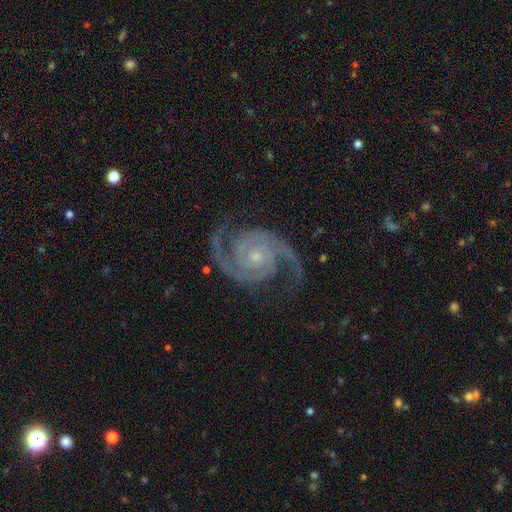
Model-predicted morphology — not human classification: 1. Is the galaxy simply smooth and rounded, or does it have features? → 94% featured or disk, 4% star or artifact, 2% smooth.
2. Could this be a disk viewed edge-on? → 98% no, 2% yes.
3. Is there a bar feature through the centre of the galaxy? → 73% no, 20% weak, 7% strong.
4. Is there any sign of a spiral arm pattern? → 99% yes, 1% no.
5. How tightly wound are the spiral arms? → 48% medium, 44% tight, 8% loose.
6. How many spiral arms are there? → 92% 2, 3% 3, 2% can't tell, 1% 4, 1% 1, 1% more than 4.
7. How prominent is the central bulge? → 72% small, 23% moderate, 3% none, 1% large, 1% dominant.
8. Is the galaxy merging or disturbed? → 80% none, 13% minor disturbance, 5% major disturbance, 1% merger.